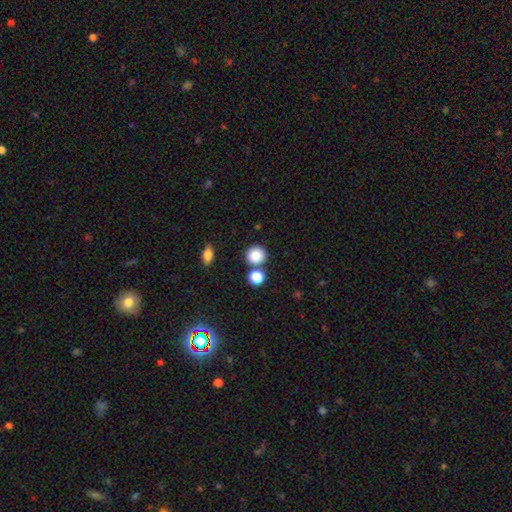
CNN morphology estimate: Smooth or featured? smooth (86%)
How rounded? round (89%)
Merging? none (75%)